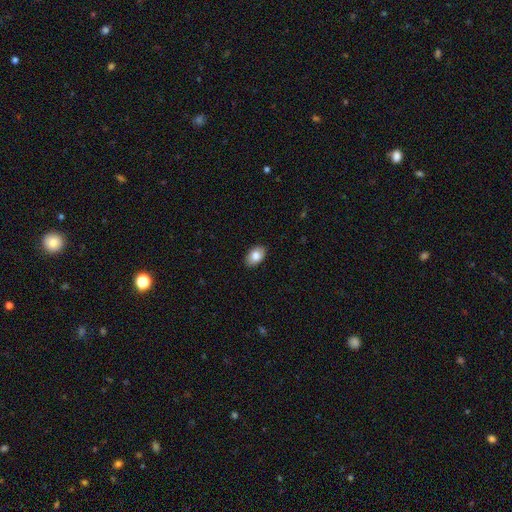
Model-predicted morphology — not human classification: The model was most divided on "smooth or featured": smooth: 84%, featured or disk: 9%, star or artifact: 7%. More confident: merging — none (89%); how rounded — in between (89%).